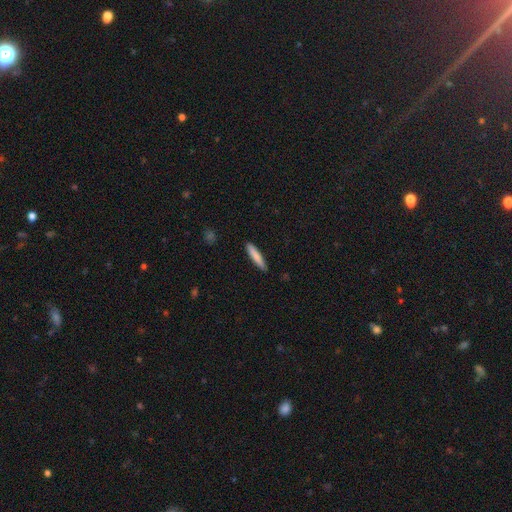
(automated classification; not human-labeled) Q: Smooth or featured?
A: smooth (80%); runner-up: featured or disk (14%)
Q: How rounded?
A: cigar-shaped (90%); runner-up: in between (9%)
Q: Merging?
A: none (89%); runner-up: minor disturbance (8%)